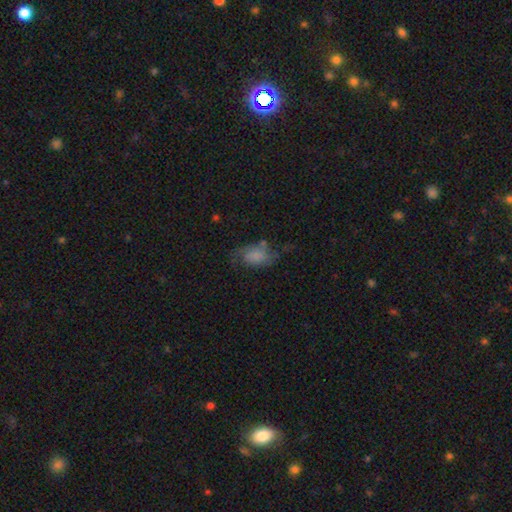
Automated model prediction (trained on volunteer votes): Smooth or featured?
  - smooth: 57% *
  - featured or disk: 33%
  - star or artifact: 10%
How rounded?
  - in between: 87% *
  - round: 11%
  - cigar-shaped: 2%
Merging?
  - none: 42% *
  - minor disturbance: 29%
  - major disturbance: 24%
  - merger: 5%